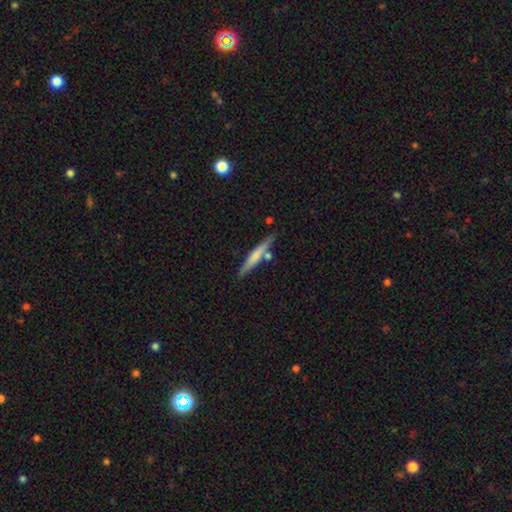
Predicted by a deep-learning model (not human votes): This is possibly a smooth galaxy (56%). How rounded: clearly cigar-shaped (93%). Merging: likely none (78%).